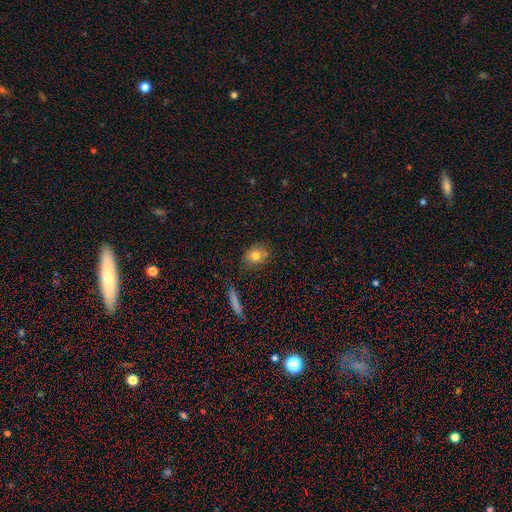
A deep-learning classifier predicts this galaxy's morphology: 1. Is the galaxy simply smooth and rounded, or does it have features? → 77% smooth, 12% featured or disk, 11% star or artifact.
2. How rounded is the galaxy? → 51% round, 46% in between, 2% cigar-shaped.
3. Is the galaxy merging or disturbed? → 74% none, 17% minor disturbance, 5% merger, 4% major disturbance.